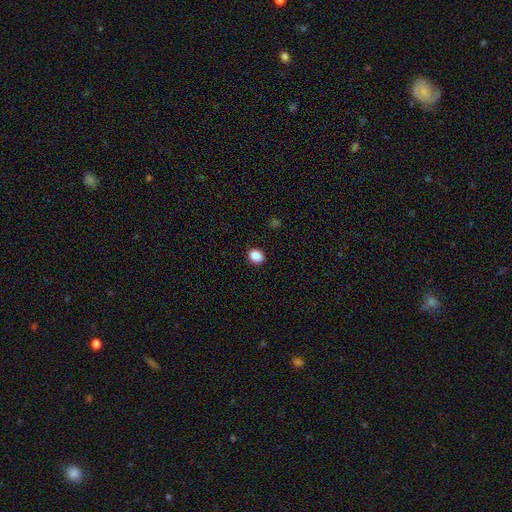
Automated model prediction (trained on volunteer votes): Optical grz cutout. It shows a smooth galaxy with no disk features (88%) that is round (53%). Merging: none (90%).